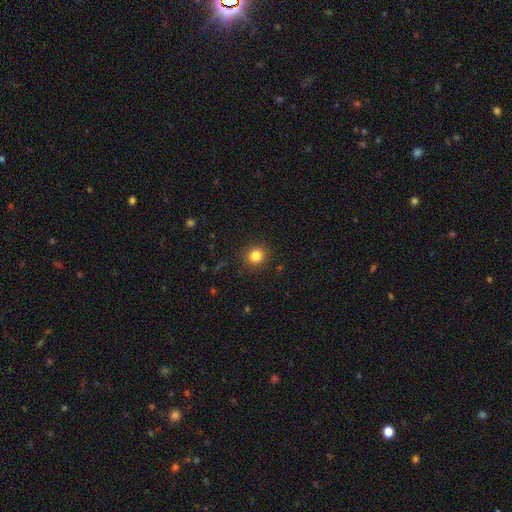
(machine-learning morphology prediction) Smooth or featured? smooth (83%)
How rounded? round (90%)
Merging? none (91%)